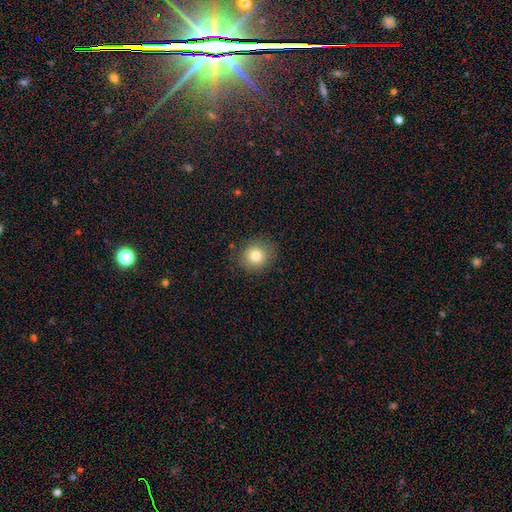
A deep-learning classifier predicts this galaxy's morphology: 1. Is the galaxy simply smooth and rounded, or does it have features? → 81% smooth, 11% star or artifact, 8% featured or disk.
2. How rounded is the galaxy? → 83% round, 16% in between, 1% cigar-shaped.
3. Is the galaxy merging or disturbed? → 87% none, 9% minor disturbance, 3% major disturbance, 1% merger.